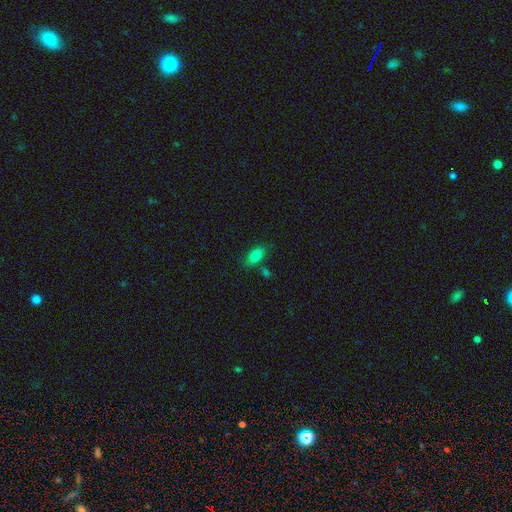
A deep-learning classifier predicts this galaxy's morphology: smooth_or_featured: smooth (p=0.81) [alt: star or artifact p=0.09]
how_rounded: in between (p=0.88) [alt: round p=0.07]
merging: none (p=0.73) [alt: minor disturbance p=0.15]